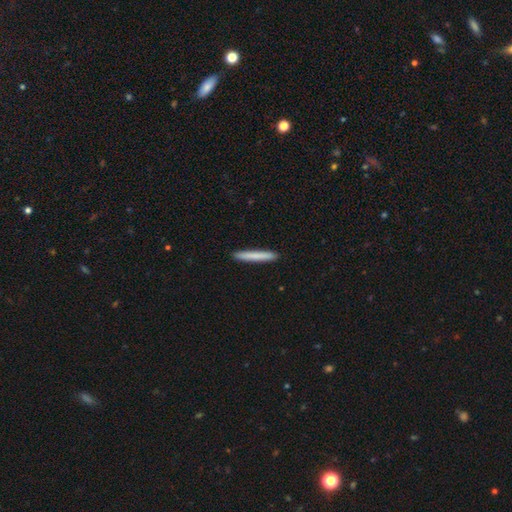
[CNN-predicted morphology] Smooth or featured? smooth (77%)
How rounded? cigar-shaped (97%)
Merging? none (93%)